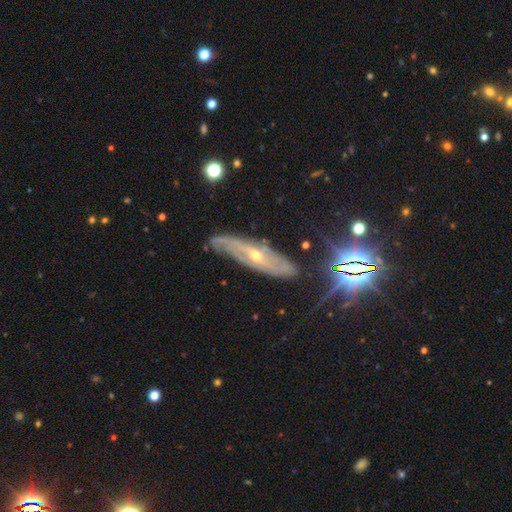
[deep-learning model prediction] Morphology: type=featured or disk (75%); edge-on=no (69%); bar=no (52%); spiral arms=yes (89%); bulge=small (61%); merging=none (67%).